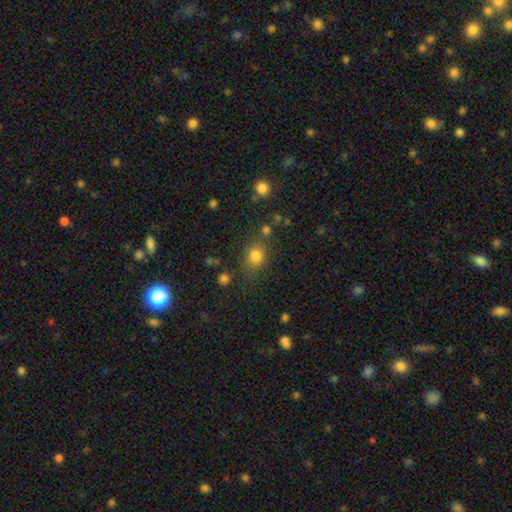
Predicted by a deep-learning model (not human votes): Smooth or featured? Predicted: smooth (p=0.80). How rounded? Predicted: round (p=0.73). Merging? Predicted: none (p=0.72).